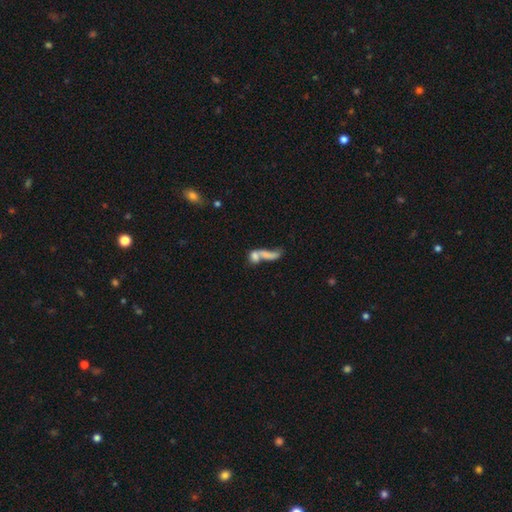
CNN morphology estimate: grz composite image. It shows a smooth galaxy with no disk features (65%) that is in between round and cigar-shaped (45%). Merging: merger (58%).